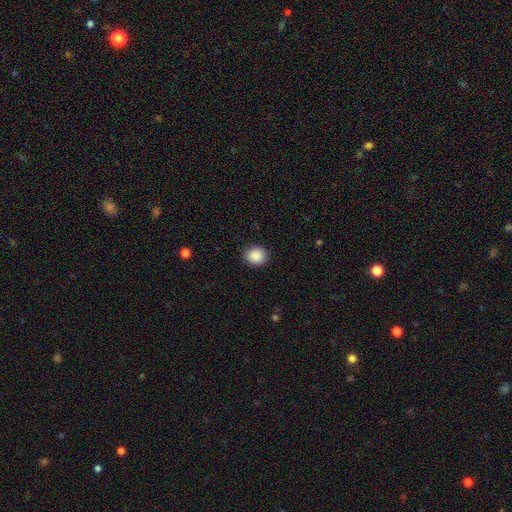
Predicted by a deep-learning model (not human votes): A smooth galaxy with no disk features (89%) that is round (79%). Merging: none (89%).